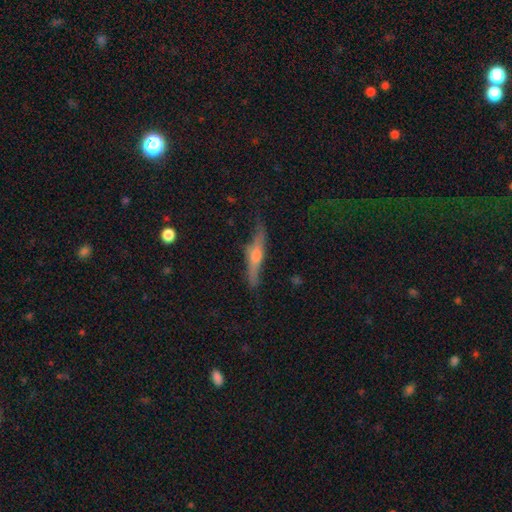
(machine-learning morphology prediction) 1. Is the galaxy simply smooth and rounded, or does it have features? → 66% featured or disk, 28% smooth, 7% star or artifact.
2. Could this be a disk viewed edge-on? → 93% yes, 7% no.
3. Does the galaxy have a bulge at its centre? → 88% rounded, 6% boxy, 6% none.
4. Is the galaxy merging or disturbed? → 73% none, 20% minor disturbance, 5% major disturbance, 2% merger.